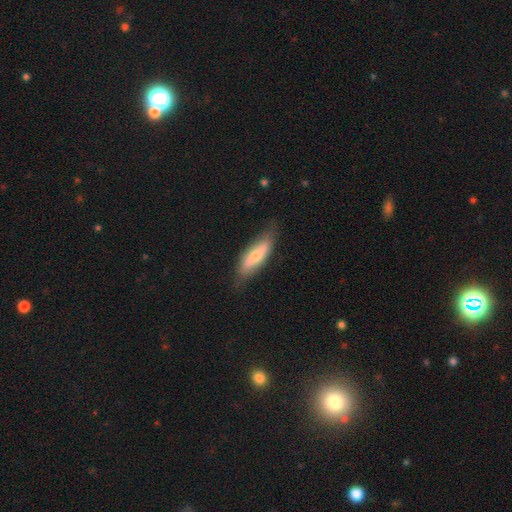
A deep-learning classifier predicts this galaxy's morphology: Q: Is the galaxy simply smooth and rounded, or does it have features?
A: smooth — 60%.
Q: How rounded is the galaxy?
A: in between — 53%.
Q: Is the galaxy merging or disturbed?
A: none — 68%.